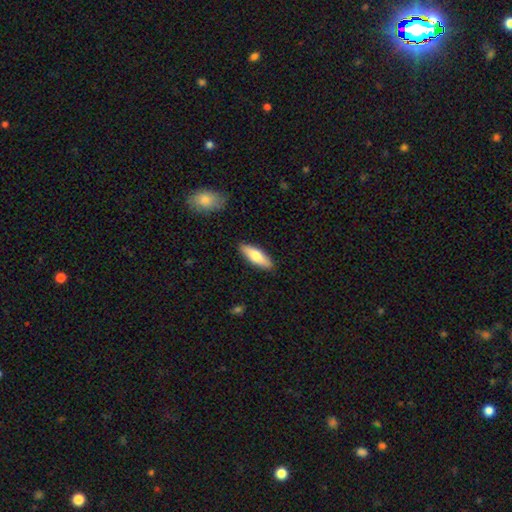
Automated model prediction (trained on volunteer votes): Smooth or featured: smooth — 72% (featured or disk — 23%)
How rounded: in between — 51% (cigar-shaped — 47%)
Merging: none — 89% (minor disturbance — 8%)